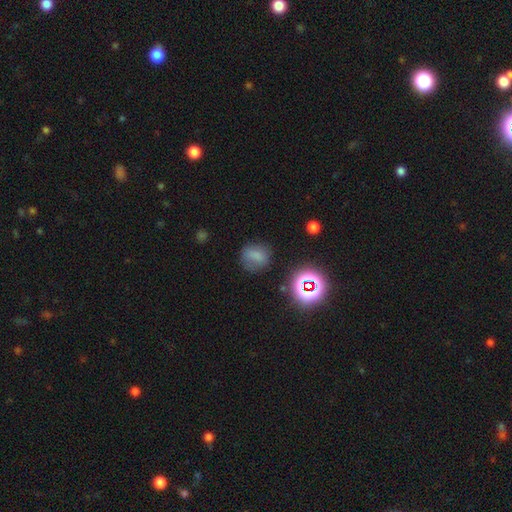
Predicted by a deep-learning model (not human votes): This appears to be a smooth galaxy with no disk features (69%) that is round (60%). Merging: none (68%).